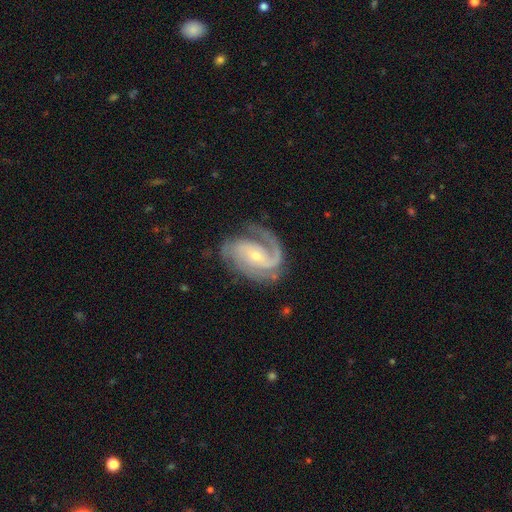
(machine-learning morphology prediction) Q: Smooth or featured?
A: featured or disk (91%); runner-up: star or artifact (4%)
Q: Edge-on disk?
A: no (97%); runner-up: yes (3%)
Q: Bar?
A: no (50%); runner-up: weak (35%)
Q: Spiral arms?
A: yes (98%); runner-up: no (2%)
Q: Spiral winding?
A: medium (46%); runner-up: tight (42%)
Q: Spiral arm count?
A: 2 (55%); runner-up: 3 (17%)
Q: Bulge size?
A: small (67%); runner-up: moderate (30%)
Q: Merging?
A: none (68%); runner-up: minor disturbance (19%)